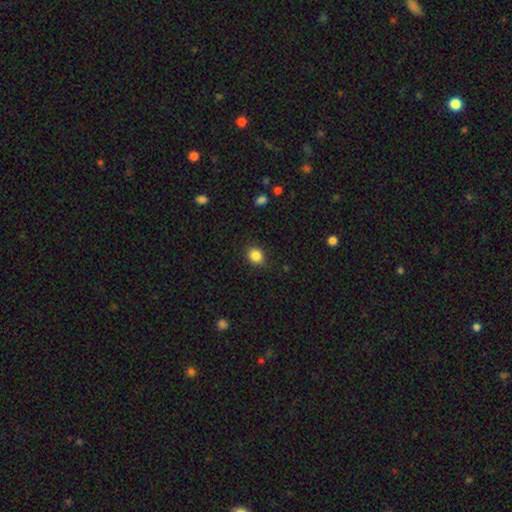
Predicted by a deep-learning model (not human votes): This is clearly a smooth galaxy (86%). How rounded: possibly round (59%). Merging: clearly none (88%).